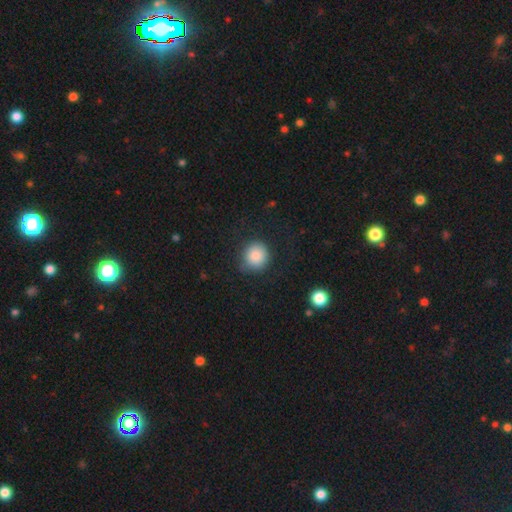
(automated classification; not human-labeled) Smooth or featured? Predicted: smooth (p=0.86). How rounded? Predicted: round (p=0.88). Merging? Predicted: none (p=0.76).